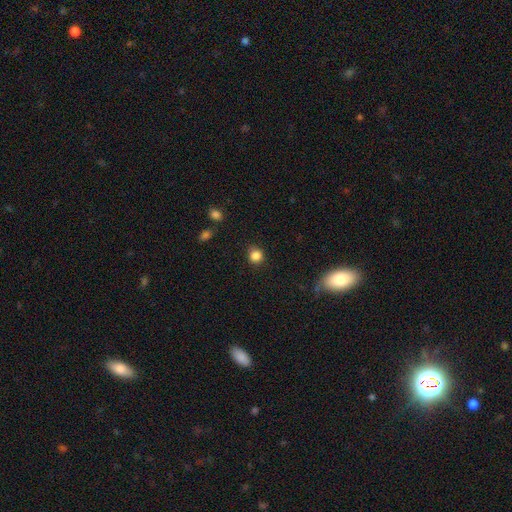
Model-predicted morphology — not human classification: Smooth or featured?
  - smooth: 84% *
  - star or artifact: 12%
  - featured or disk: 4%
How rounded?
  - round: 86% *
  - in between: 13%
  - cigar-shaped: 1%
Merging?
  - none: 85% *
  - minor disturbance: 11%
  - major disturbance: 3%
  - merger: 2%